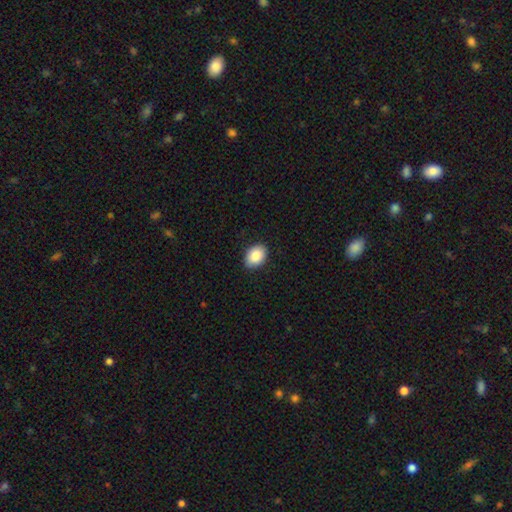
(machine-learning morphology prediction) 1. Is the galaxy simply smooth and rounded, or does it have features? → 88% smooth, 7% star or artifact, 5% featured or disk.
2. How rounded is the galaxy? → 77% in between, 22% round, 1% cigar-shaped.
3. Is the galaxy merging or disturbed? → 87% none, 10% minor disturbance, 2% major disturbance, 1% merger.